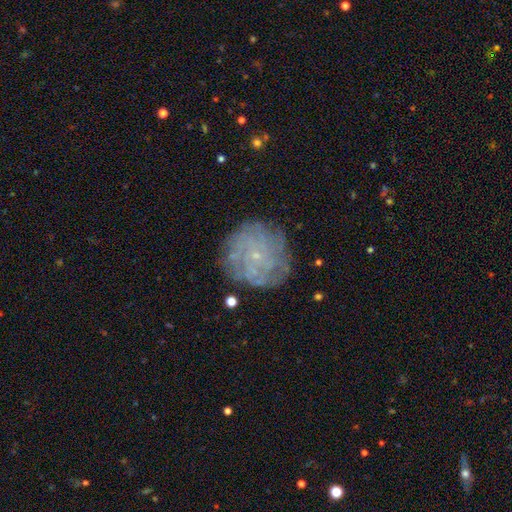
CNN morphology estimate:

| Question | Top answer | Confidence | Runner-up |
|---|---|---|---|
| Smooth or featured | featured or disk | 61% | smooth (27%) |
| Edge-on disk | no | 97% | yes (3%) |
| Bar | no | 85% | weak (13%) |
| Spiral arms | yes | 69% | no (31%) |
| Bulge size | small | 87% | moderate (6%) |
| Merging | none | 78% | minor disturbance (14%) |